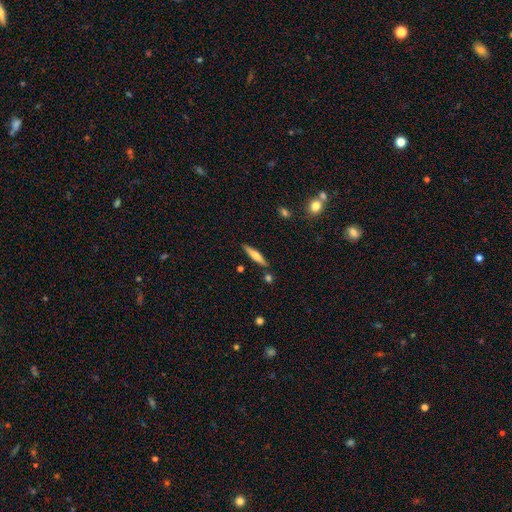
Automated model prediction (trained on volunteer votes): This is possibly a smooth galaxy (52%). How rounded: clearly cigar-shaped (86%). Merging: clearly none (84%).